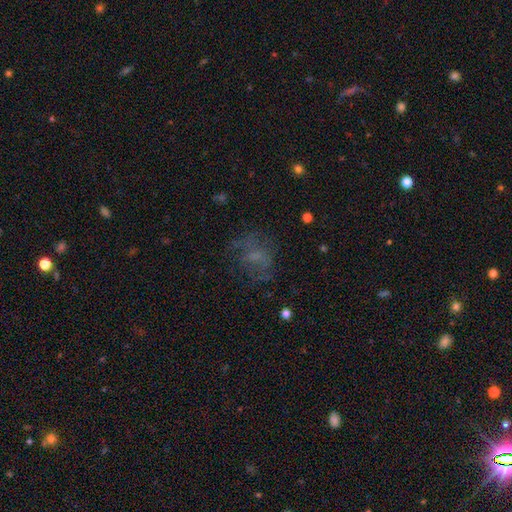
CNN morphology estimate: smooth_or_featured: smooth (p=0.40) [alt: featured or disk p=0.36]
merging: none (p=0.55) [alt: major disturbance p=0.24]